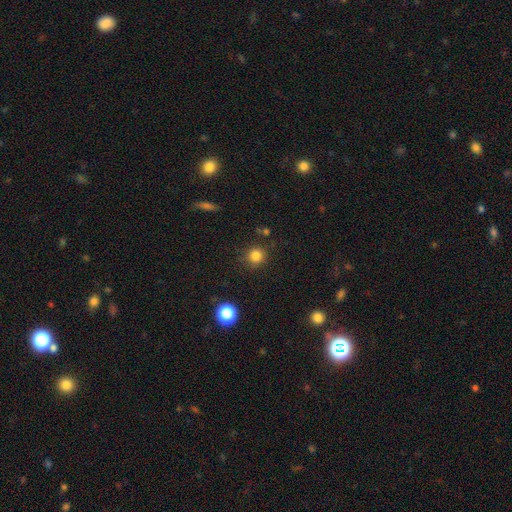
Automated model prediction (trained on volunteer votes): Smooth or featured: smooth — 82% (star or artifact — 13%)
How rounded: round — 91% (in between — 8%)
Merging: none — 85% (minor disturbance — 10%)